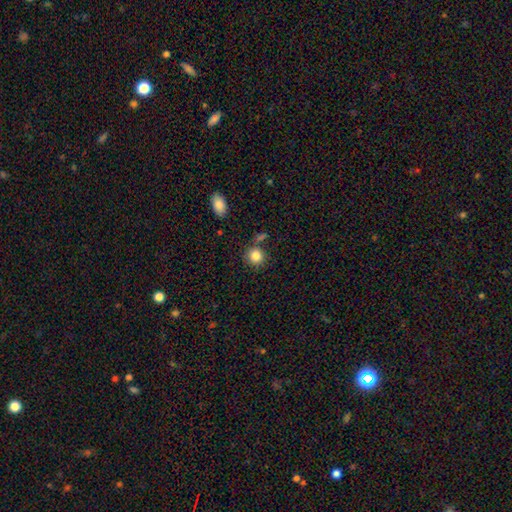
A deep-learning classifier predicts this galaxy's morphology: Smooth or featured? Predicted: smooth (p=0.85). How rounded? Predicted: round (p=0.88). Merging? Predicted: none (p=0.75).